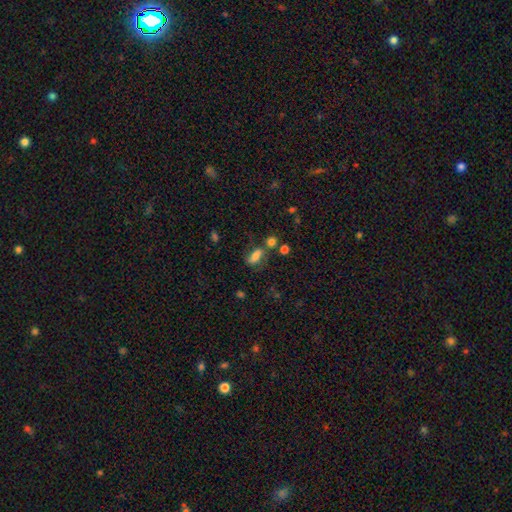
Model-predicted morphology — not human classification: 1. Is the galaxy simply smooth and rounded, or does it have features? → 69% smooth, 17% featured or disk, 13% star or artifact.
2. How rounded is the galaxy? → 76% in between, 15% cigar-shaped, 9% round.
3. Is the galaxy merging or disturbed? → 48% none, 22% minor disturbance, 16% merger, 14% major disturbance.